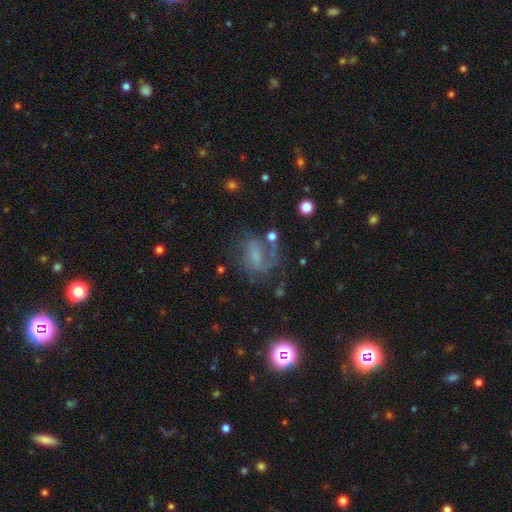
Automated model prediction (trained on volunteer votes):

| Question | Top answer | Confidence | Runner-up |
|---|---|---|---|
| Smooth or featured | featured or disk | 51% | smooth (30%) |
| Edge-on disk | no | 96% | yes (4%) |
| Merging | none | 45% | major disturbance (27%) |